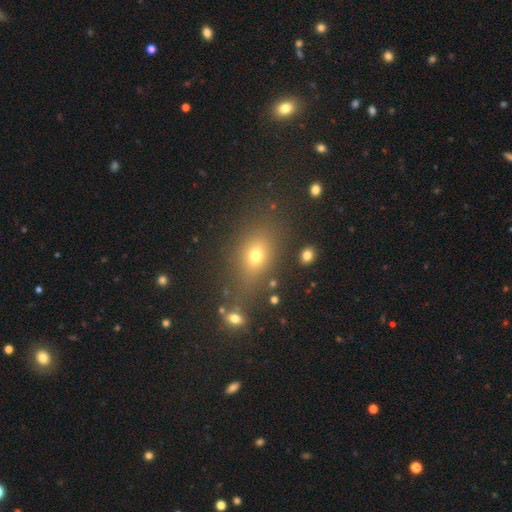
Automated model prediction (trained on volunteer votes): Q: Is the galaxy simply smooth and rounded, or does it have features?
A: smooth — 66%.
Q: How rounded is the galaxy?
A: in between — 65%.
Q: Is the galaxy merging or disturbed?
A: none — 73%.